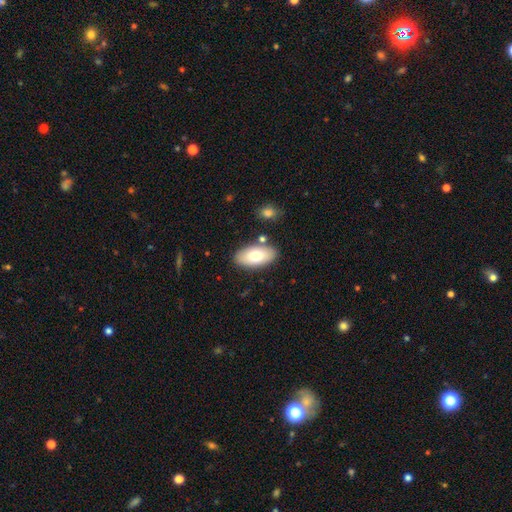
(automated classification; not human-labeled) Q: Smooth or featured?
A: smooth (76%); runner-up: featured or disk (17%)
Q: How rounded?
A: in between (94%); runner-up: cigar-shaped (3%)
Q: Merging?
A: none (82%); runner-up: minor disturbance (11%)